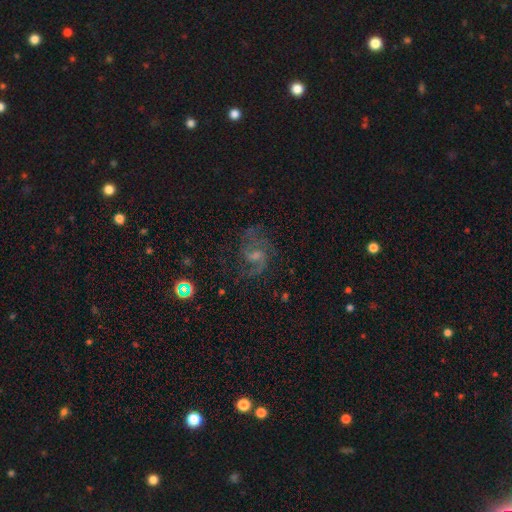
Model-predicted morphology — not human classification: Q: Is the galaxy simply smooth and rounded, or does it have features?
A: featured or disk — 76%.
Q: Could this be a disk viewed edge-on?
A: no — 98%.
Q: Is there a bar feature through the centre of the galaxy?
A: weak — 54%.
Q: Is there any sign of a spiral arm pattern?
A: yes — 92%.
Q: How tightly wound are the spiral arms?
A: medium — 47%.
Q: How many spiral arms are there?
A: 2 — 70%.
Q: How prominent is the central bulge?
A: small — 45%.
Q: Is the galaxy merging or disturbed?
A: none — 58%.